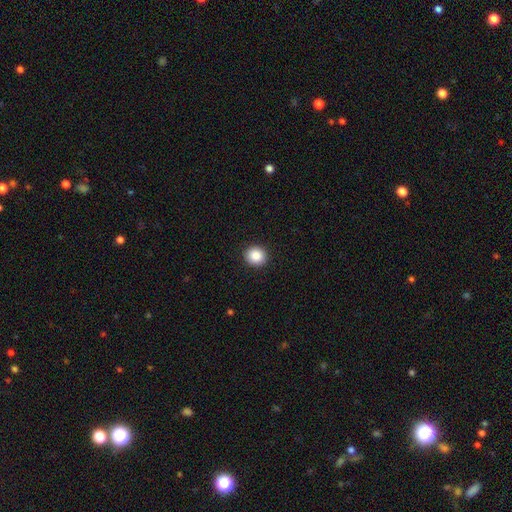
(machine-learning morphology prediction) A smooth galaxy with no disk features (88%) that is round (81%). Merging: none (92%).